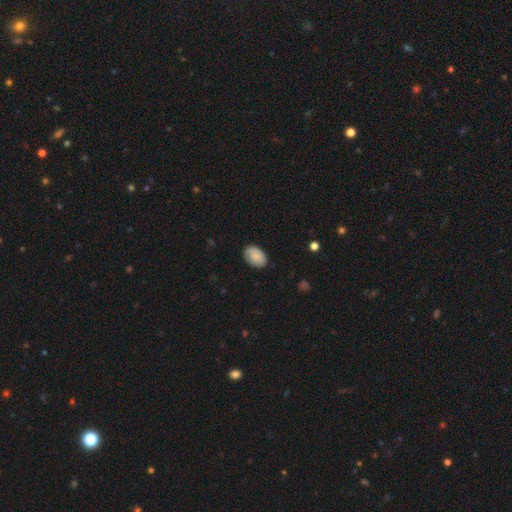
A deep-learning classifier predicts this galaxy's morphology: Q: Smooth or featured?
A: smooth (87%); runner-up: featured or disk (7%)
Q: How rounded?
A: in between (88%); runner-up: round (11%)
Q: Merging?
A: none (84%); runner-up: minor disturbance (12%)